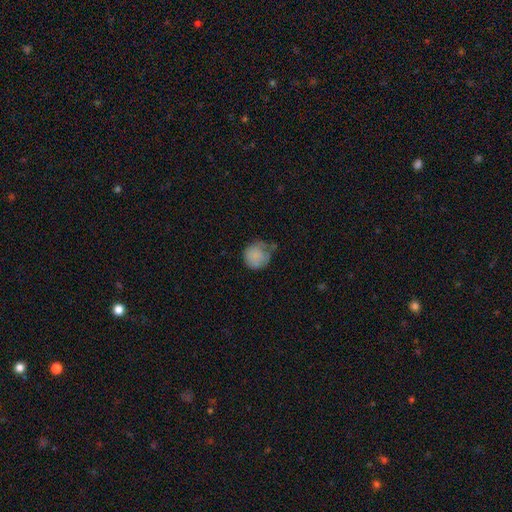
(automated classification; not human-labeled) Smooth or featured: smooth — 82% (featured or disk — 10%)
How rounded: round — 86% (in between — 13%)
Merging: none — 45% (minor disturbance — 36%)